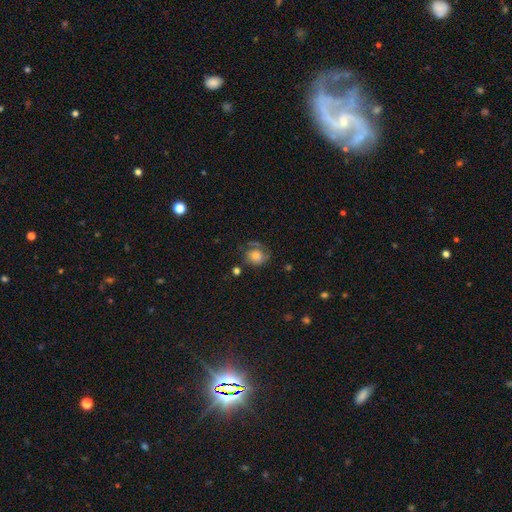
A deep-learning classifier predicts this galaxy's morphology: Q: Smooth or featured?
A: smooth (49%); runner-up: featured or disk (40%)
Q: Merging?
A: none (52%); runner-up: minor disturbance (24%)